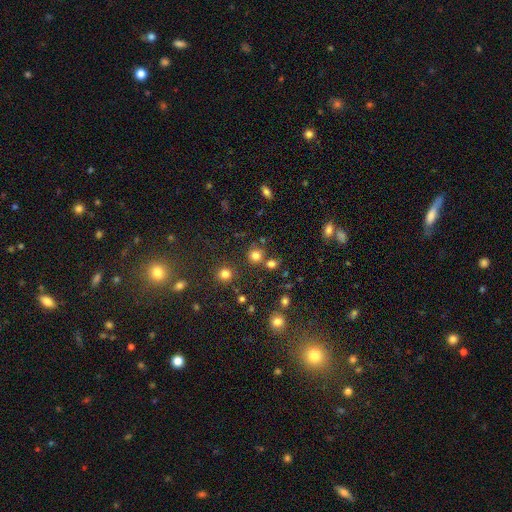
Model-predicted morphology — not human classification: This is likely a smooth galaxy (77%). How rounded: clearly round (88%). Merging: likely none (73%).